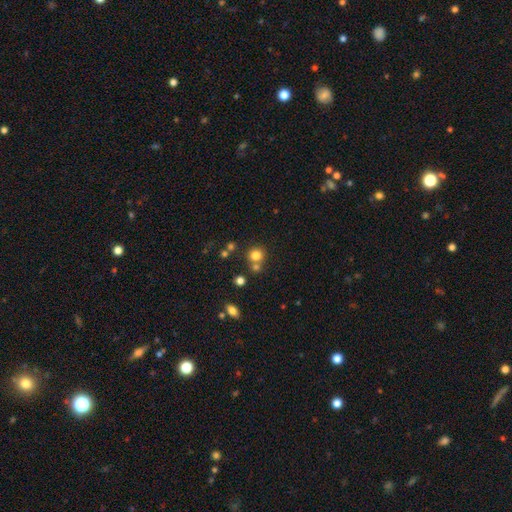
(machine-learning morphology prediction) smooth_or_featured: smooth (p=0.78) [alt: star or artifact p=0.14]
how_rounded: round (p=0.87) [alt: in between p=0.12]
merging: none (p=0.62) [alt: merger p=0.27]